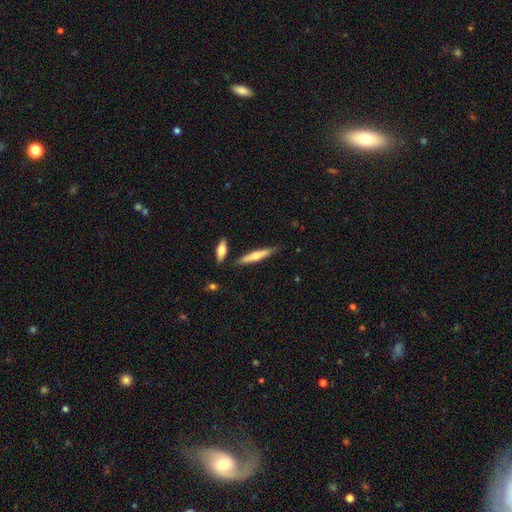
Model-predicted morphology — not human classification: This appears to be a smooth galaxy with no disk features (54%) that is cigar-shaped (89%). Merging: none (81%).